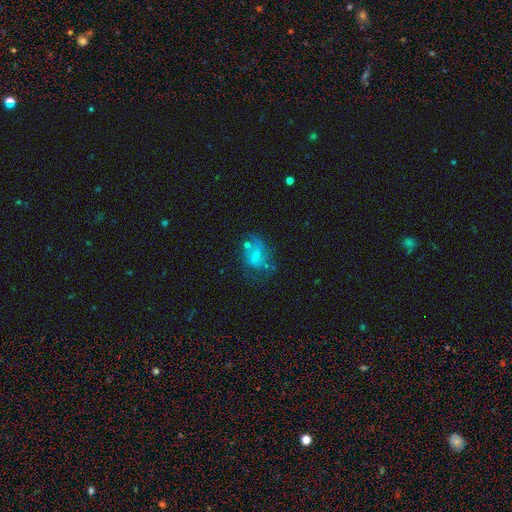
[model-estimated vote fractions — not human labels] Smooth or featured: featured or disk — 46% (smooth — 42%)
Merging: none — 38% (major disturbance — 28%)